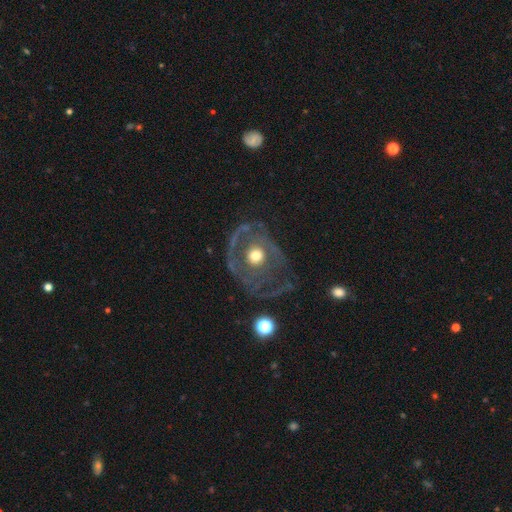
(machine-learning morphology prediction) Smooth or featured? featured or disk (73%)
Edge-on disk? no (95%)
Bar? no (83%)
Spiral arms? yes (54%)
Bulge size? moderate (69%)
Merging? none (52%)